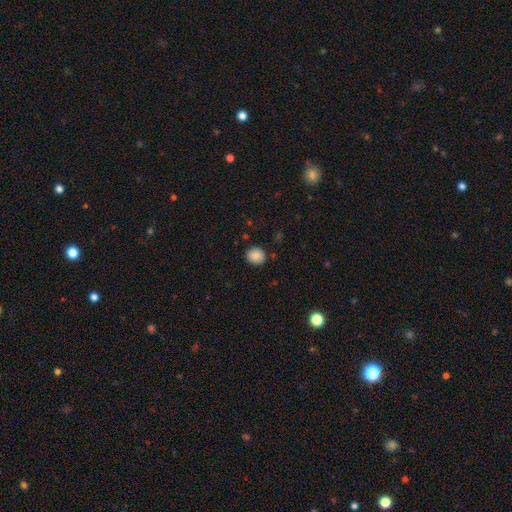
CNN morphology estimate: Smooth or featured?
  - smooth: 88% *
  - star or artifact: 9%
  - featured or disk: 3%
How rounded?
  - round: 81% *
  - in between: 18%
  - cigar-shaped: 1%
Merging?
  - none: 89% *
  - minor disturbance: 7%
  - major disturbance: 2%
  - merger: 1%